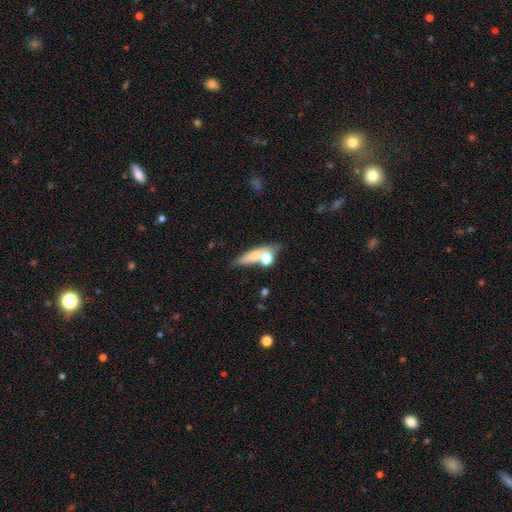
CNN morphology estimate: Smooth or featured?
  - smooth: 60% *
  - featured or disk: 30%
  - star or artifact: 10%
How rounded?
  - cigar-shaped: 48% *
  - in between: 37%
  - round: 15%
Merging?
  - none: 51% *
  - merger: 27%
  - minor disturbance: 15%
  - major disturbance: 8%